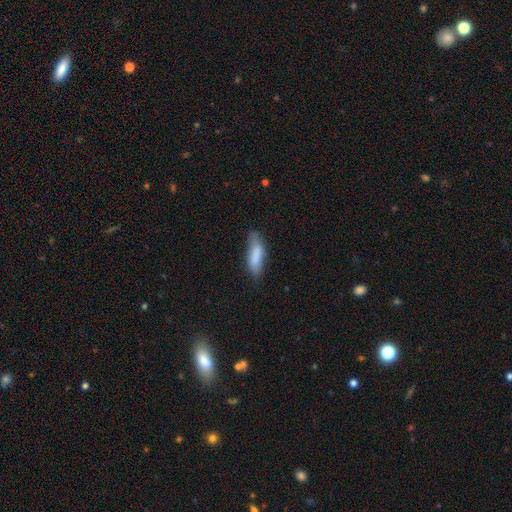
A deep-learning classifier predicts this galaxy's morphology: Overall: smooth (80%). How rounded: in between (50%; cigar-shaped 49%). Merging: none (65%; minor disturbance 26%).